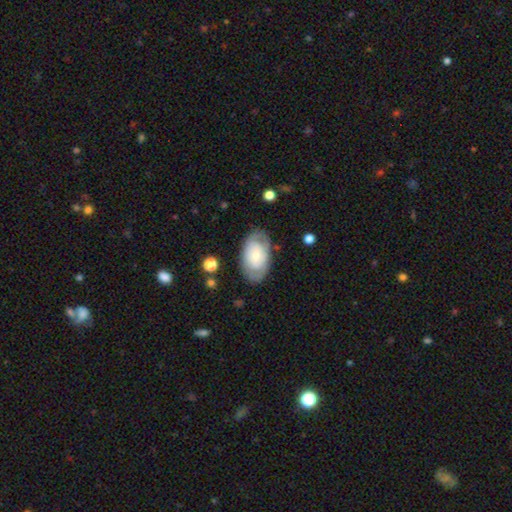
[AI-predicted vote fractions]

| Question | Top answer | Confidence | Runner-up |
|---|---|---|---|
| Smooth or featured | featured or disk | 50% | smooth (44%) |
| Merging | none | 76% | minor disturbance (17%) |